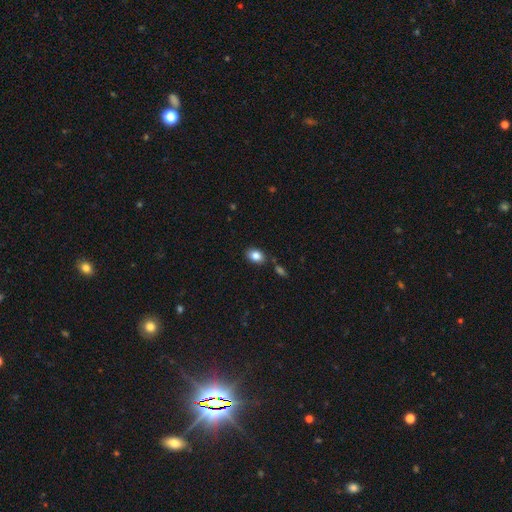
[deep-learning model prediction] Smooth or featured? Predicted: smooth (p=0.84). How rounded? Predicted: in between (p=0.79). Merging? Predicted: none (p=0.80).